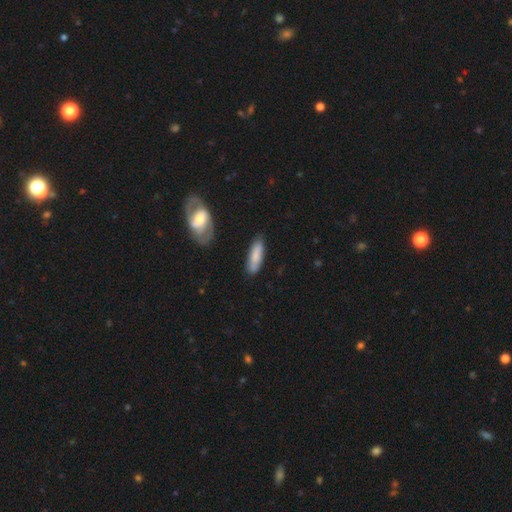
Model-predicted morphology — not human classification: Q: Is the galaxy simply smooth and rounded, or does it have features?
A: smooth — 78%.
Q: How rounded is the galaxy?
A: cigar-shaped — 55%.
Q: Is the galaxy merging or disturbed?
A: none — 79%.